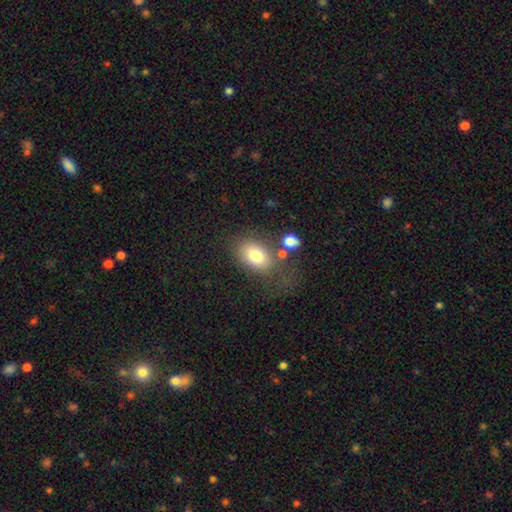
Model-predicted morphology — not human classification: This is likely a smooth galaxy (78%). How rounded: clearly in between (81%). Merging: possibly none (60%).